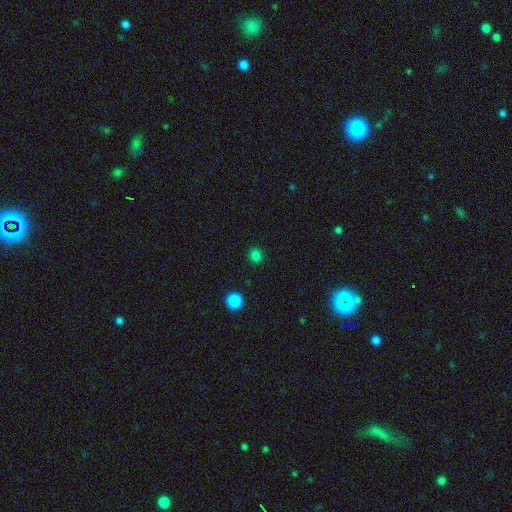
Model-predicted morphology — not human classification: Smooth or featured: smooth — 81% (star or artifact — 16%)
How rounded: round — 75% (in between — 24%)
Merging: none — 90% (minor disturbance — 7%)